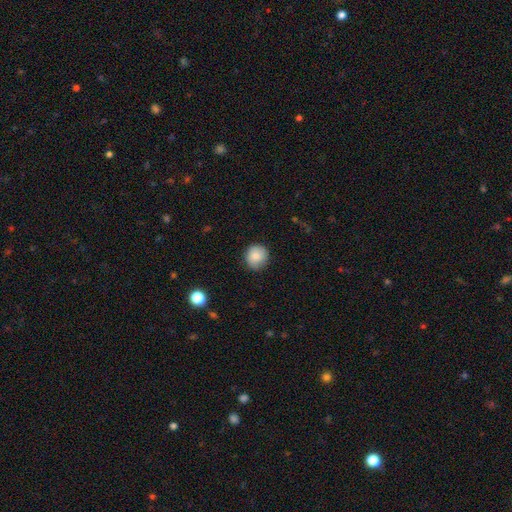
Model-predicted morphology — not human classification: smooth_or_featured: smooth (p=0.86) [alt: star or artifact p=0.08]
how_rounded: round (p=0.89) [alt: in between p=0.10]
merging: none (p=0.81) [alt: minor disturbance p=0.15]